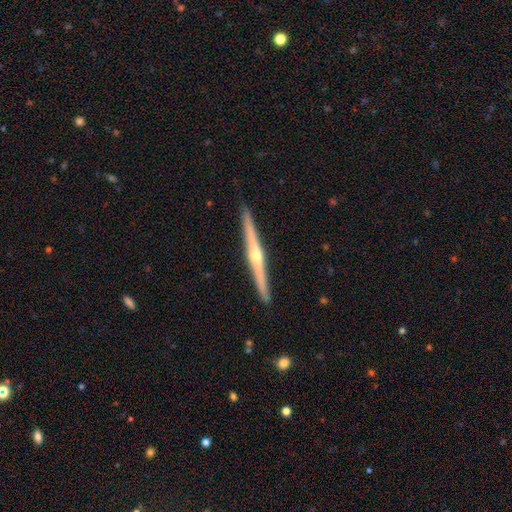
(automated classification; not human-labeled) Morphology: type=featured or disk (81%); edge-on=yes (98%); edge-on bulge=rounded (90%); merging=none (93%).